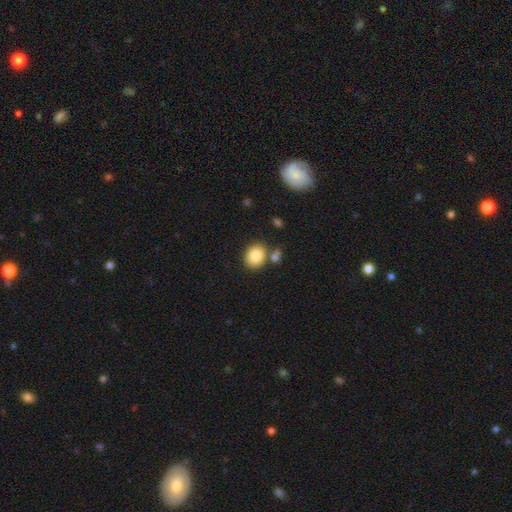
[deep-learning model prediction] Morphology: type=smooth (85%); roundness=round (54%); merging=none (72%).